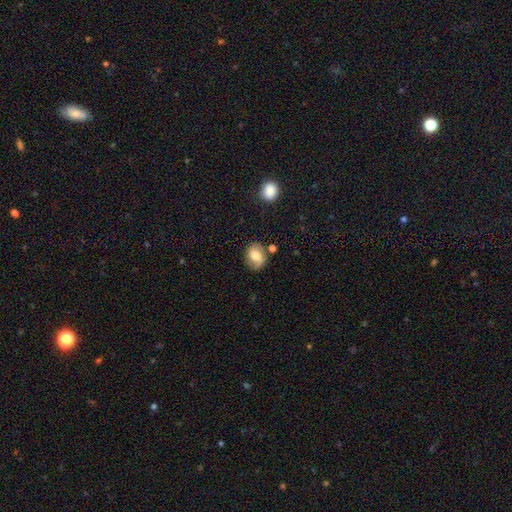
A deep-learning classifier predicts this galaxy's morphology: A smooth galaxy with no disk features (65%) that is in between round and cigar-shaped (60%).

Vote fractions:
- Smooth or featured? smooth: 65% / featured or disk: 26% / star or artifact: 9%
- How rounded? in between: 60% / round: 39% / cigar-shaped: 1%
- Merging? none: 67% / minor disturbance: 21% / major disturbance: 6% / merger: 5%